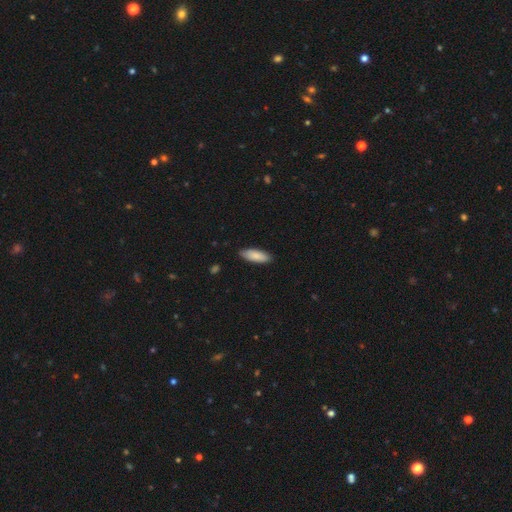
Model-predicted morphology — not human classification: A smooth galaxy with no disk features (85%) that is in between round and cigar-shaped (68%). Merging: none (87%).